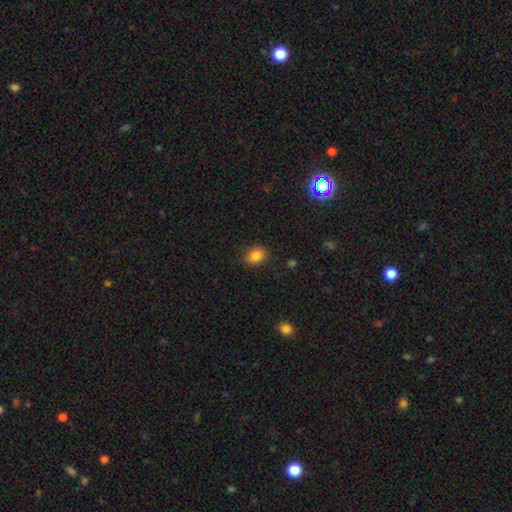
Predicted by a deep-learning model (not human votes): The model was most divided on "how rounded": in between: 60%, round: 39%, cigar-shaped: 1%. More confident: merging — none (86%); smooth or featured — smooth (84%).